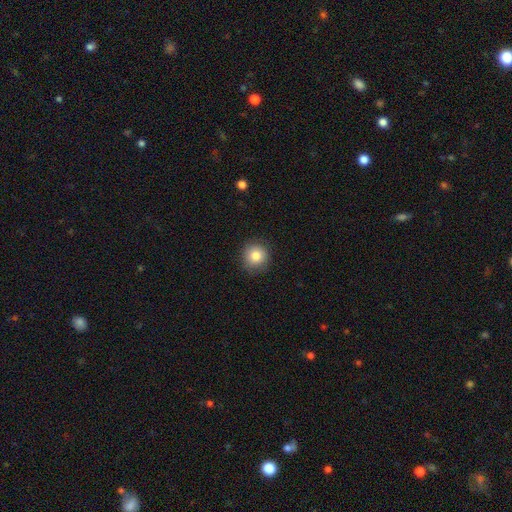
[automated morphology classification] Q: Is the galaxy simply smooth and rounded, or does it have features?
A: smooth — 82%.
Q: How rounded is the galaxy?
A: round — 92%.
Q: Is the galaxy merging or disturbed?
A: none — 87%.